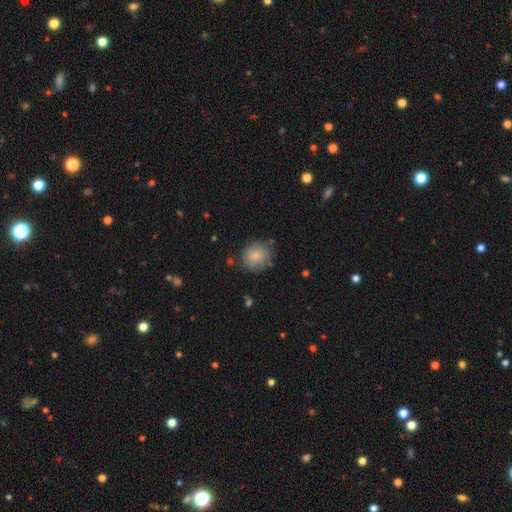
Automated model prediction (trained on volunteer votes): A smooth galaxy with no disk features (85%) that is round (82%).

Vote fractions:
- Smooth or featured? smooth: 85% / featured or disk: 8% / star or artifact: 7%
- How rounded? round: 82% / in between: 17% / cigar-shaped: 1%
- Merging? none: 78% / minor disturbance: 16% / major disturbance: 4% / merger: 3%